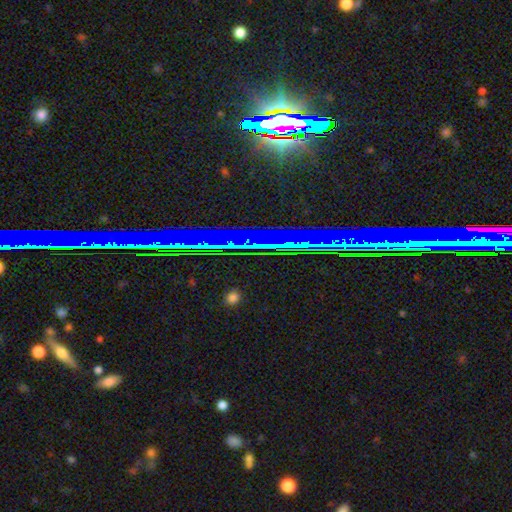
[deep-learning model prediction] A star or artifact, not a galaxy (78%).